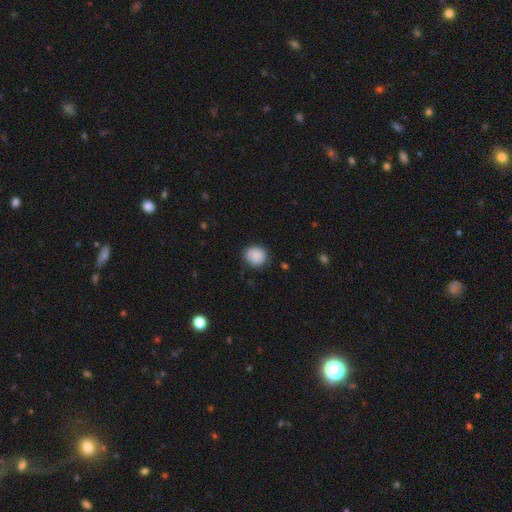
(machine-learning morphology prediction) This is clearly a smooth galaxy (87%). How rounded: clearly round (82%). Merging: clearly none (82%).